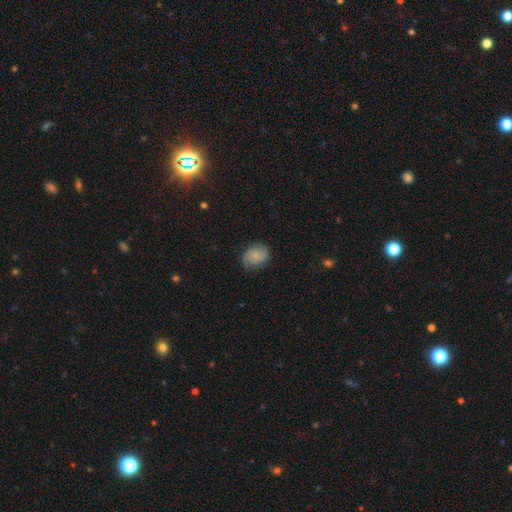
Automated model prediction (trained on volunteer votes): Overall: smooth (68%). How rounded: in between (52%; round 47%). Merging: none (64%; minor disturbance 27%).